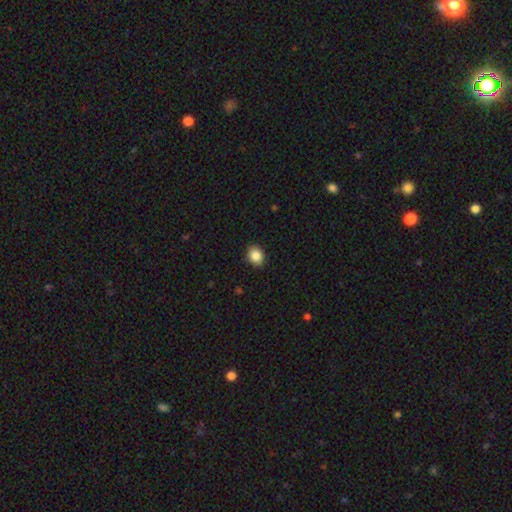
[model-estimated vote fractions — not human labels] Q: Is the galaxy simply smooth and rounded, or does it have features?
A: smooth — 87%.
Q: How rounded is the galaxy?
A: round — 61%.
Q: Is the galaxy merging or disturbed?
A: none — 89%.